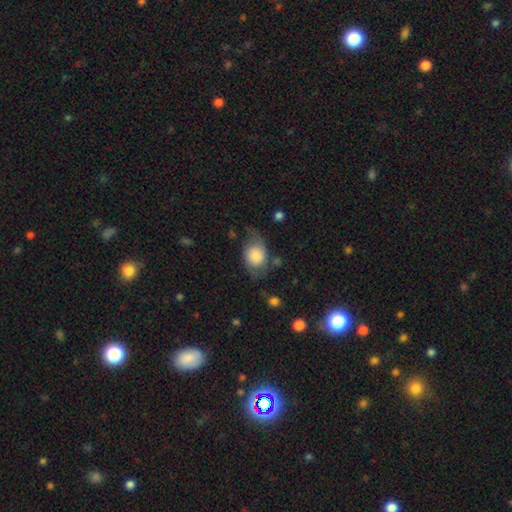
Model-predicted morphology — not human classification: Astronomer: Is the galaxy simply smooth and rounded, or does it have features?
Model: smooth — 68%.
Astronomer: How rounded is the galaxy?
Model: in between — 55% (runner-up: round, 43%).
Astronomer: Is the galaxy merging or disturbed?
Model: none — 48% (runner-up: minor disturbance, 30%).